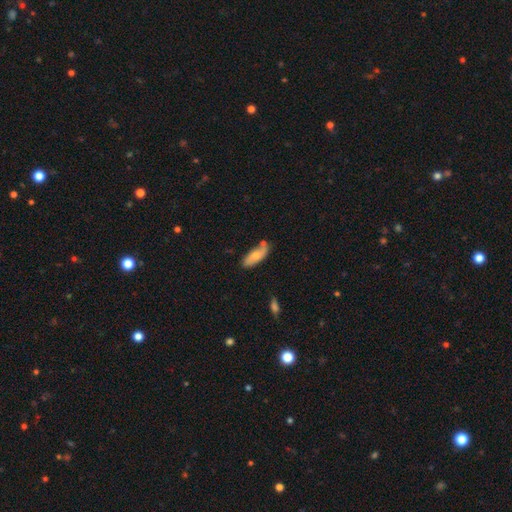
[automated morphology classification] Q: Smooth or featured?
A: smooth (69%); runner-up: featured or disk (25%)
Q: How rounded?
A: in between (71%); runner-up: cigar-shaped (27%)
Q: Merging?
A: none (62%); runner-up: minor disturbance (22%)